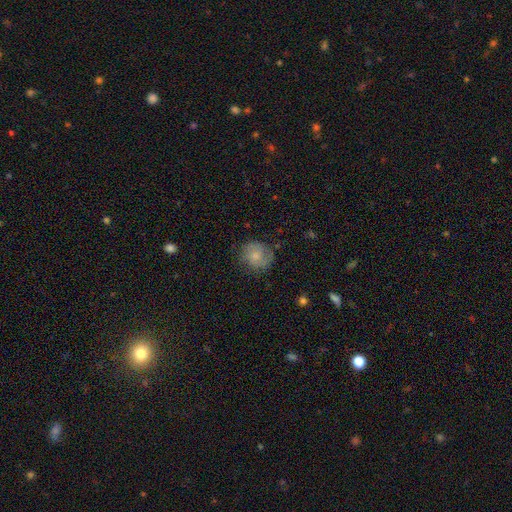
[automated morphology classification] The model was most divided on "smooth or featured": smooth: 63%, featured or disk: 29%, star or artifact: 8%. More confident: how rounded — round (81%); merging — none (73%).